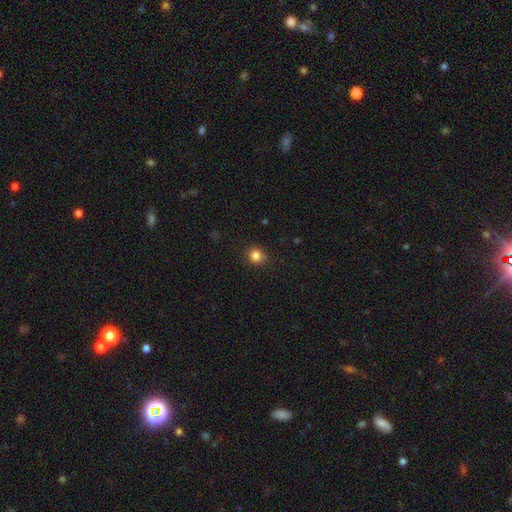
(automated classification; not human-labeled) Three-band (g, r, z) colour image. It shows a smooth galaxy with no disk features (83%) that is round (84%). Merging: none (87%).